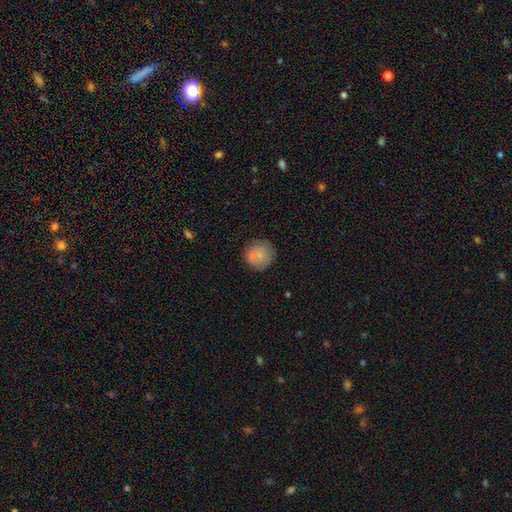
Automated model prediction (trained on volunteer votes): This appears to be a smooth galaxy with no disk features (76%) that is round (93%). Merging: none (76%).